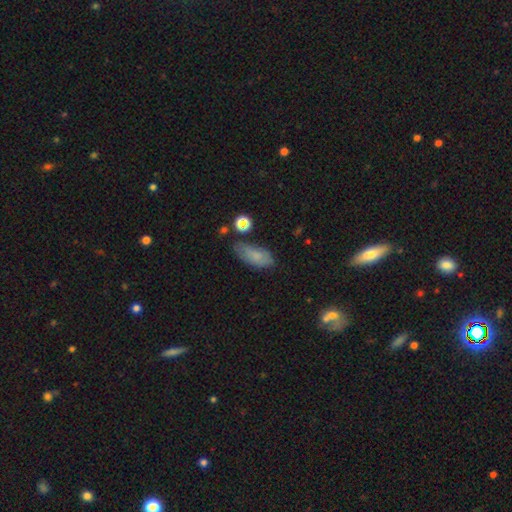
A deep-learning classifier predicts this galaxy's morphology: This is likely a smooth galaxy (78%). How rounded: clearly in between (84%). Merging: likely none (61%).